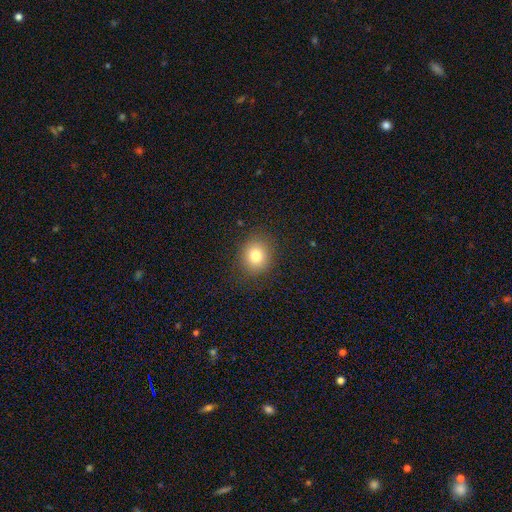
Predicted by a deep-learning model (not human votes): Q: Smooth or featured?
A: smooth (81%); runner-up: star or artifact (11%)
Q: How rounded?
A: round (79%); runner-up: in between (20%)
Q: Merging?
A: none (88%); runner-up: minor disturbance (8%)